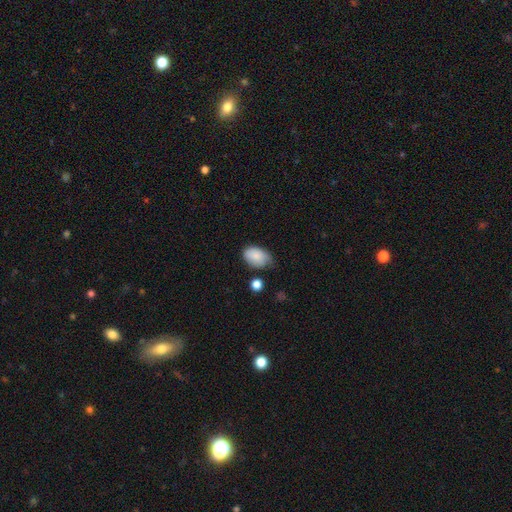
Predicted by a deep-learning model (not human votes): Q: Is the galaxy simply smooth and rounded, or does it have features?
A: smooth — 84%.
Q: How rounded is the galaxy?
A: in between — 88%.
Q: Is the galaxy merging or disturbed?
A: none — 51%.